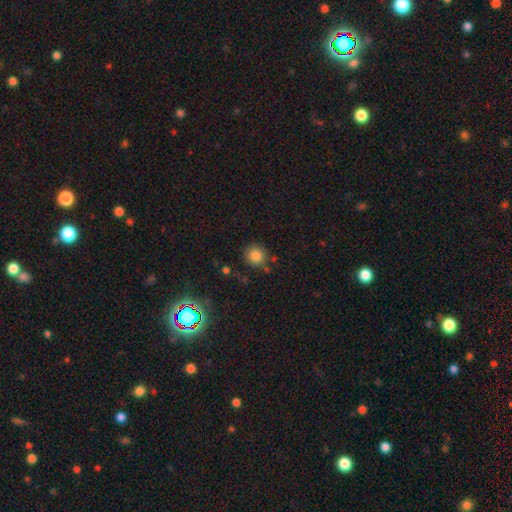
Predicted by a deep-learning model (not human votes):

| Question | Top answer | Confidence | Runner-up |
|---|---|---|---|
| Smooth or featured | smooth | 83% | star or artifact (12%) |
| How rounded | round | 90% | in between (9%) |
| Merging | none | 80% | minor disturbance (11%) |